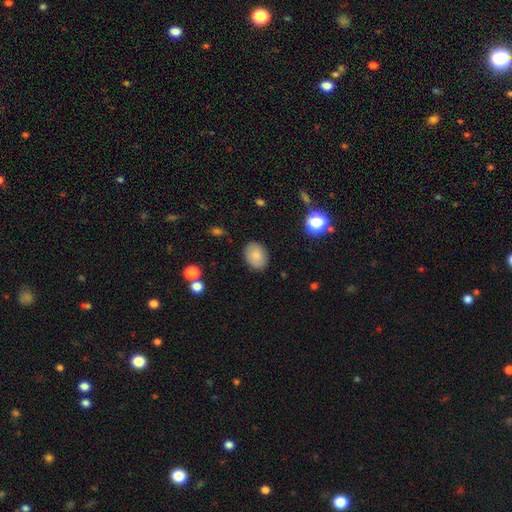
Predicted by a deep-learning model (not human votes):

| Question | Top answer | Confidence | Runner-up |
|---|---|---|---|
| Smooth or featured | smooth | 82% | featured or disk (10%) |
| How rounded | in between | 65% | round (34%) |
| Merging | none | 87% | minor disturbance (9%) |